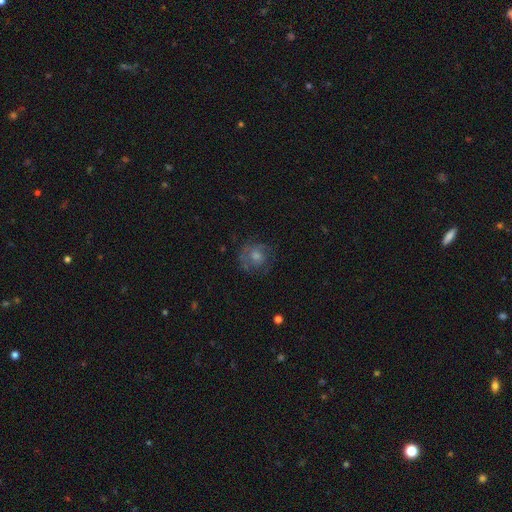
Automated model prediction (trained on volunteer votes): A featured or disk galaxy (45%).

Vote fractions:
- Smooth or featured? featured or disk: 45% / smooth: 39% / star or artifact: 17%
- Merging? none: 70% / minor disturbance: 17% / major disturbance: 11% / merger: 1%